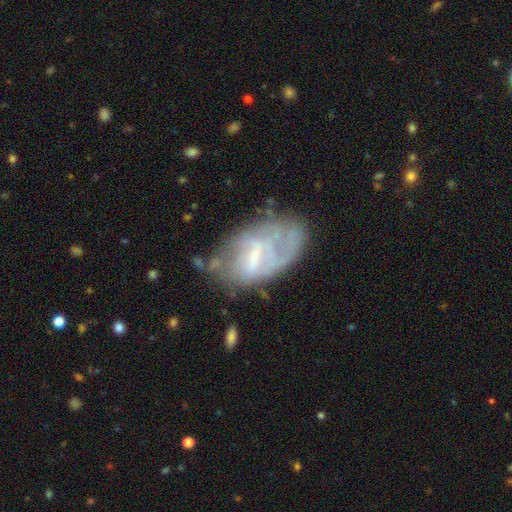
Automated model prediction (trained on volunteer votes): This appears to be a featured or disk galaxy (64%) with a weak bar (49%), spiral arms (55%) and a small central bulge (40%). Merging: none (43%).